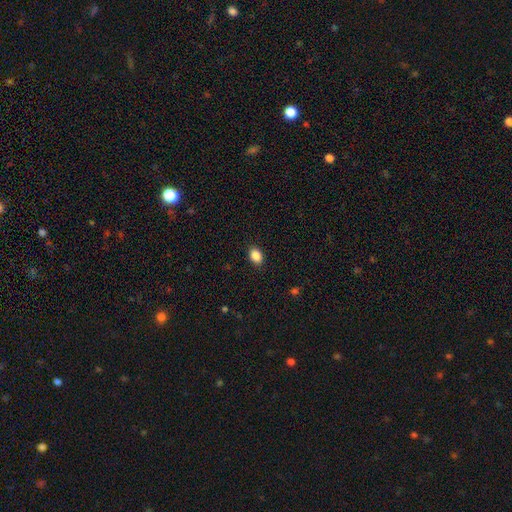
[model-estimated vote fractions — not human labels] A smooth galaxy with no disk features (87%) that is in between round and cigar-shaped (74%). Merging: none (90%).